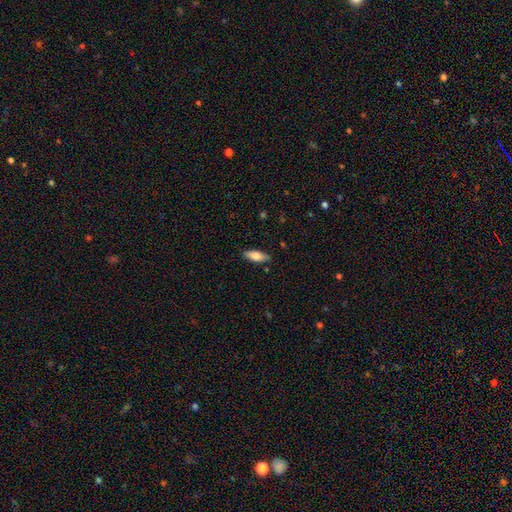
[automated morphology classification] Smooth or featured?
  - smooth: 73% *
  - featured or disk: 21%
  - star or artifact: 6%
How rounded?
  - in between: 70% *
  - cigar-shaped: 28%
  - round: 2%
Merging?
  - none: 86% *
  - minor disturbance: 10%
  - major disturbance: 2%
  - merger: 1%